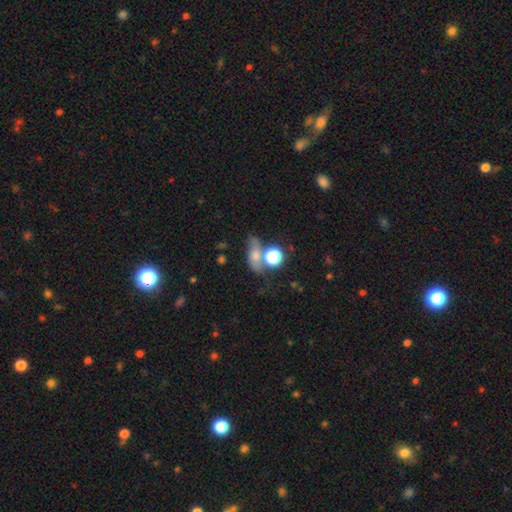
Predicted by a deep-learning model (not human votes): The model was most divided on "how rounded": in between: 53%, round: 36%, cigar-shaped: 11%. Remaining: smooth or featured — smooth (51%); merging — none (46%).